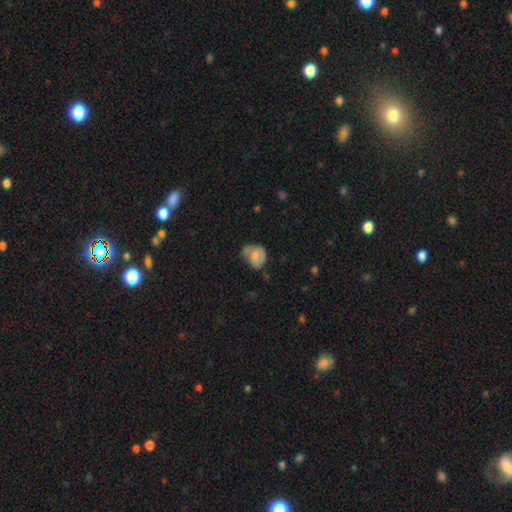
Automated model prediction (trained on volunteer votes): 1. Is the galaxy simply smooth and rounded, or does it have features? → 47% featured or disk, 46% smooth, 7% star or artifact.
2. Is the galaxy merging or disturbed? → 41% none, 36% minor disturbance, 19% major disturbance, 4% merger.